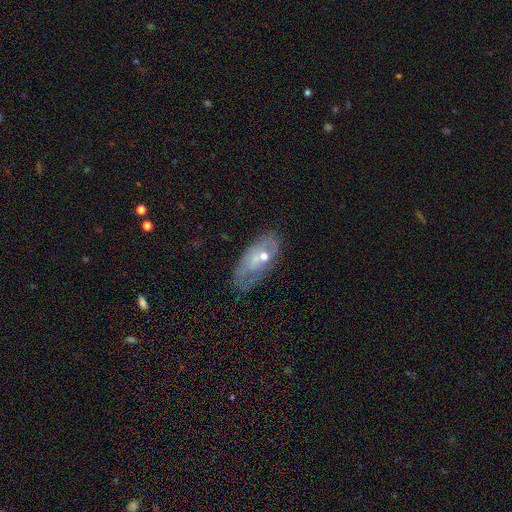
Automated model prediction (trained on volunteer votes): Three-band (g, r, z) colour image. It shows a featured or disk galaxy (53%). Merging: none (48%).